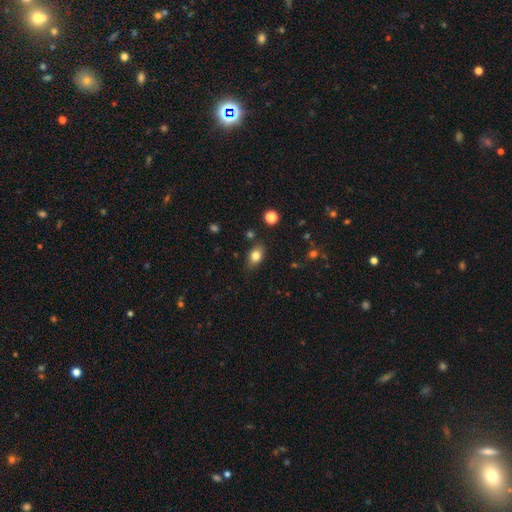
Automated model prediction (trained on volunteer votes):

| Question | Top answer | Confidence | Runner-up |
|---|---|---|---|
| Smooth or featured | smooth | 80% | featured or disk (11%) |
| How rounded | in between | 81% | round (16%) |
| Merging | none | 79% | minor disturbance (15%) |